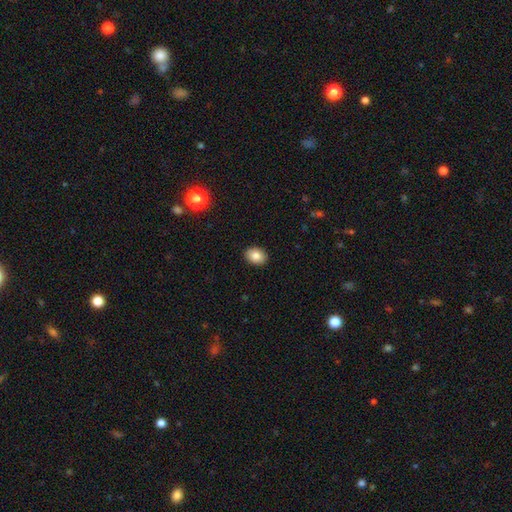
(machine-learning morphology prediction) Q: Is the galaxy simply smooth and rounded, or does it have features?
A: smooth — 83%.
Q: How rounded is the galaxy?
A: in between — 67%.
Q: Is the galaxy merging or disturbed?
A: none — 90%.